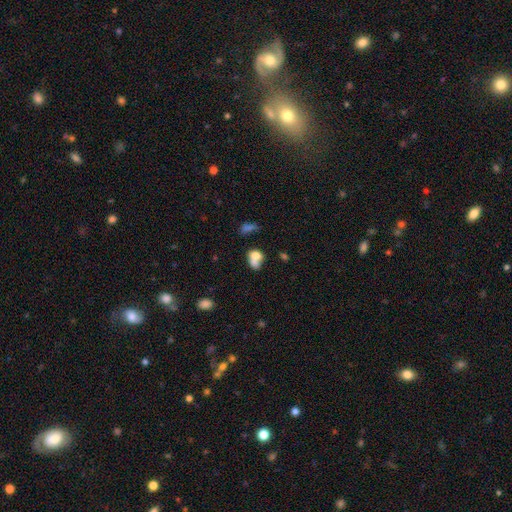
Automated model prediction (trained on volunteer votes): smooth-or-featured: smooth: 70% | featured or disk: 20% | star or artifact: 10%
  how-rounded: in between: 61% | round: 38% | cigar-shaped: 2%
  merging: merger: 58% | none: 21% | minor disturbance: 11% | major disturbance: 10%